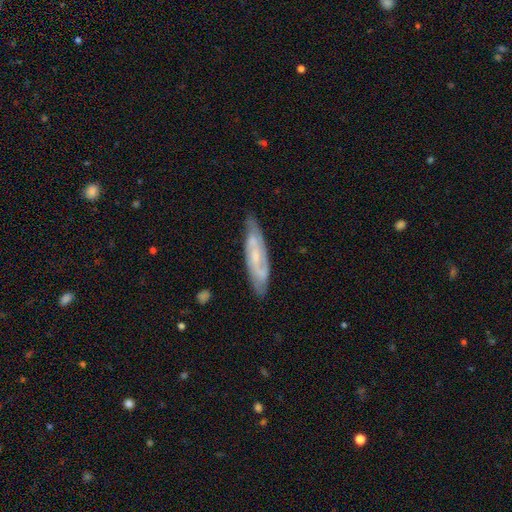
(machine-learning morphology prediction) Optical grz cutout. It shows a featured or disk galaxy (70%). Merging: none (74%).